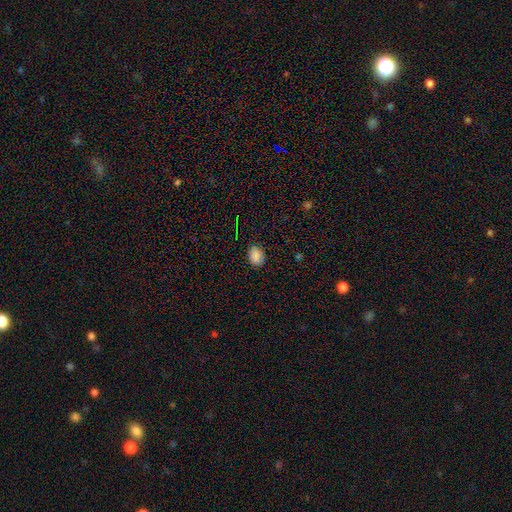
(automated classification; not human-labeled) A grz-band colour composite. It shows a smooth galaxy with no disk features (84%) that is in between round and cigar-shaped (72%). Merging: none (83%).